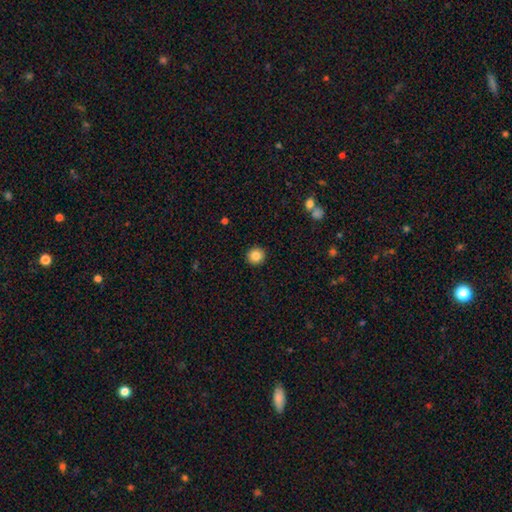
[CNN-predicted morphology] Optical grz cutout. It shows a smooth galaxy with no disk features (85%) that is round (95%). Merging: none (93%).